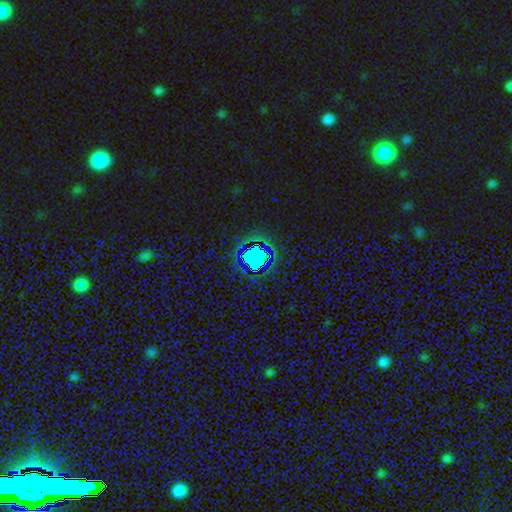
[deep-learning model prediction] smooth-or-featured: star or artifact: 69% | smooth: 21% | featured or disk: 9%